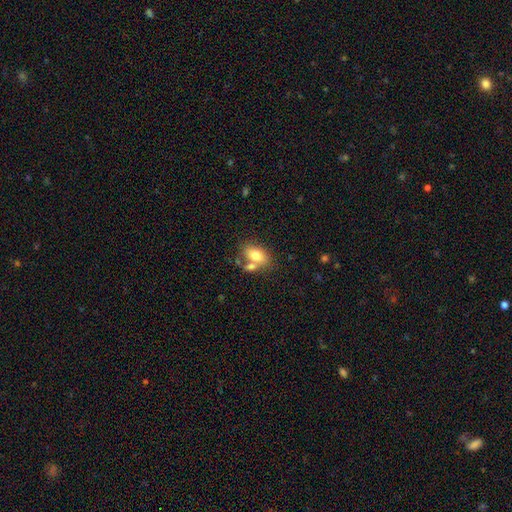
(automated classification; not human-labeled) This appears to be a smooth galaxy with no disk features (77%) that is in between round and cigar-shaped (88%). Merging: none (51%).